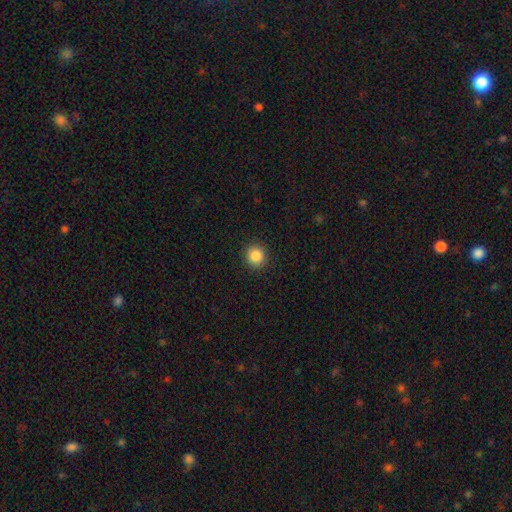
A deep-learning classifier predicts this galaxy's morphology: Smooth or featured? Predicted: smooth (p=0.87). How rounded? Predicted: round (p=0.91). Merging? Predicted: none (p=0.91).